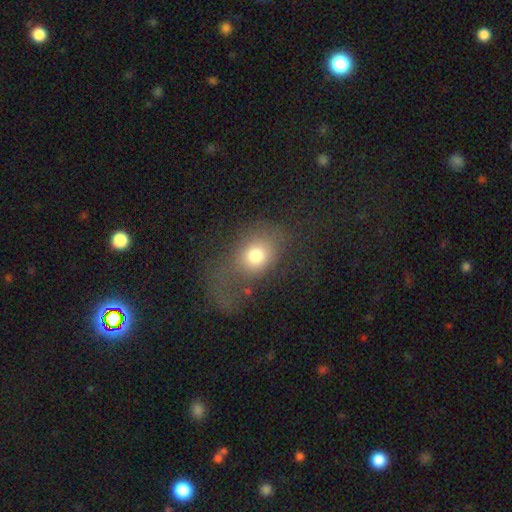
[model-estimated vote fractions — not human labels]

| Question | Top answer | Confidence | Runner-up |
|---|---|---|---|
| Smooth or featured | smooth | 72% | featured or disk (16%) |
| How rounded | in between | 57% | round (41%) |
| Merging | major disturbance | 42% | none (36%) |